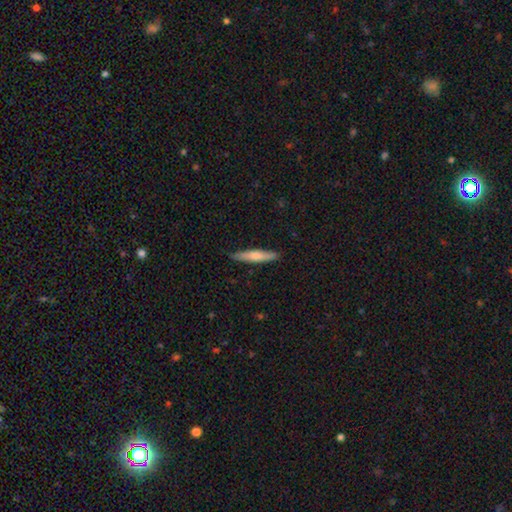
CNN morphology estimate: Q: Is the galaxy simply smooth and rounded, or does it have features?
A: smooth — 65%.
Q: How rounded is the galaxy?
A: cigar-shaped — 89%.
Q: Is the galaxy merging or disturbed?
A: none — 86%.